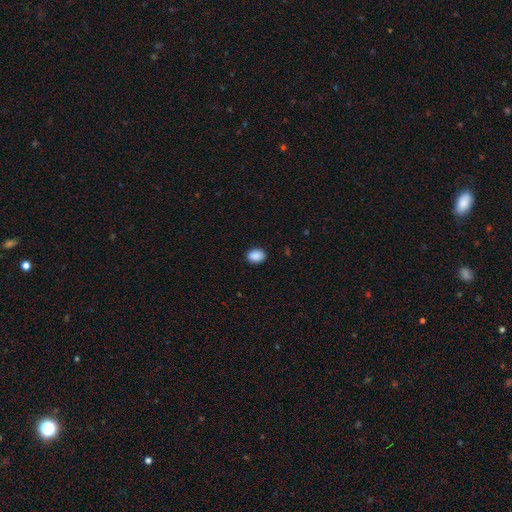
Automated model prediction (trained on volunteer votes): A smooth galaxy with no disk features (90%) that is in between round and cigar-shaped (76%).

Vote fractions:
- Smooth or featured? smooth: 90% / star or artifact: 8% / featured or disk: 2%
- How rounded? in between: 76% / round: 23% / cigar-shaped: 1%
- Merging? none: 89% / minor disturbance: 8% / major disturbance: 2% / merger: 1%